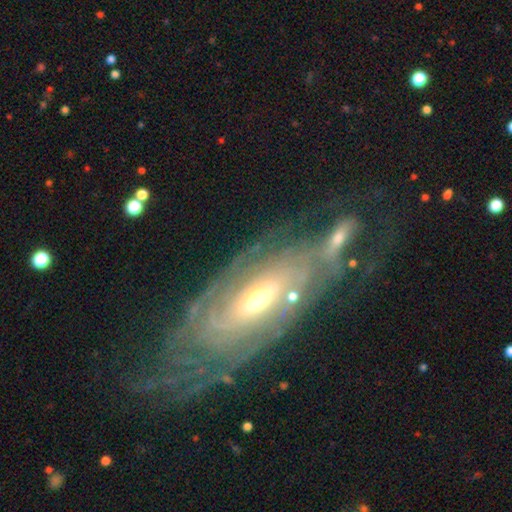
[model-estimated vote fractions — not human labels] Smooth or featured? featured or disk (84%)
Edge-on disk? no (89%)
Bar? no (54%)
Spiral arms? yes (89%)
Spiral winding? tight (73%)
Spiral arm count? can't tell (55%)
Bulge size? moderate (54%)
Merging? none (59%)